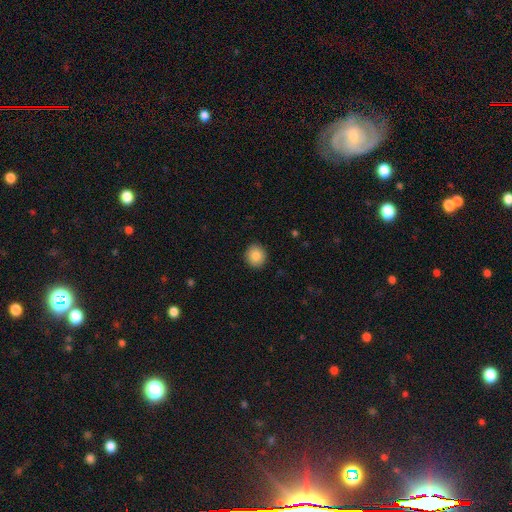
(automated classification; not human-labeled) smooth-or-featured: smooth: 86% | star or artifact: 9% | featured or disk: 5%
  how-rounded: round: 89% | in between: 10% | cigar-shaped: 1%
  merging: none: 92% | minor disturbance: 6% | major disturbance: 2% | merger: 1%